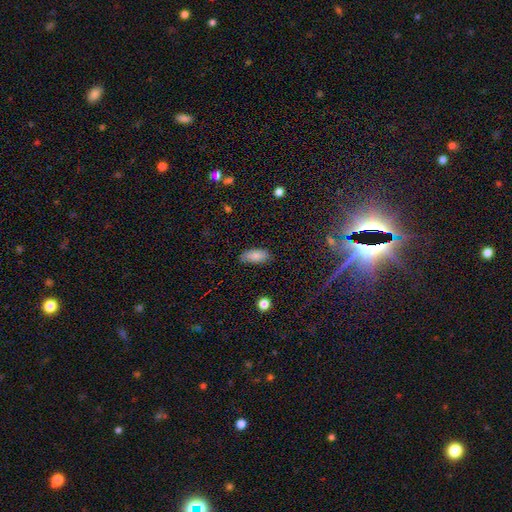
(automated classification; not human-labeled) Smooth or featured?
  - smooth: 85% *
  - star or artifact: 8%
  - featured or disk: 7%
How rounded?
  - in between: 92% *
  - cigar-shaped: 6%
  - round: 2%
Merging?
  - none: 77% *
  - minor disturbance: 18%
  - major disturbance: 3%
  - merger: 1%